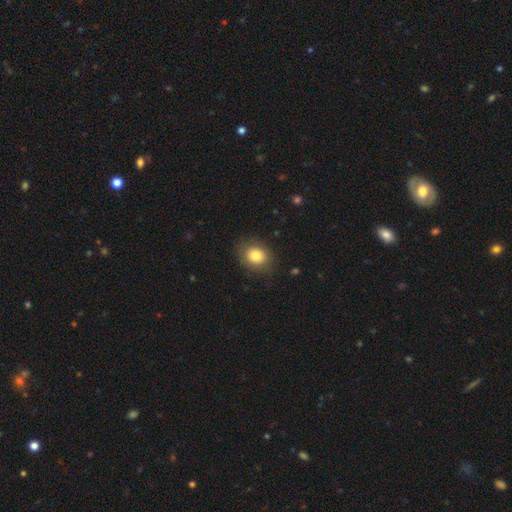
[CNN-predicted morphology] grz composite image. It shows a smooth galaxy with no disk features (79%) that is round (59%). Merging: none (82%).